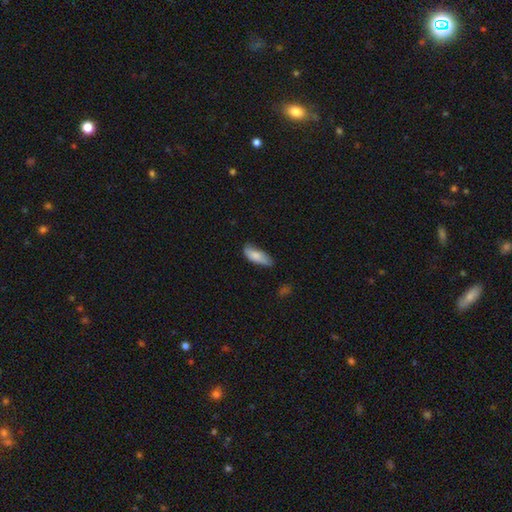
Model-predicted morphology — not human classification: A smooth galaxy with no disk features (80%) that is in between round and cigar-shaped (72%).

Vote fractions:
- Smooth or featured? smooth: 80% / featured or disk: 14% / star or artifact: 6%
- How rounded? in between: 72% / cigar-shaped: 26% / round: 2%
- Merging? none: 62% / minor disturbance: 30% / major disturbance: 6% / merger: 2%